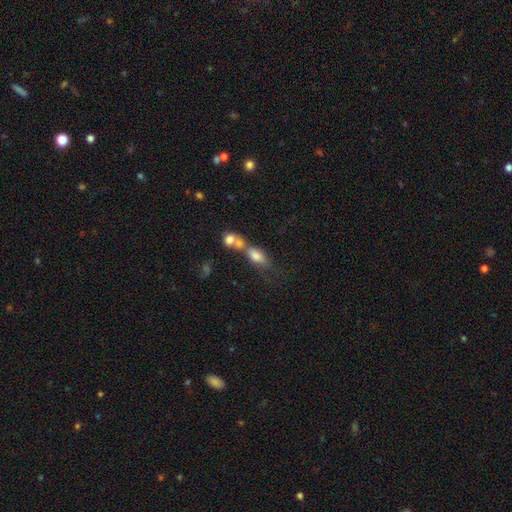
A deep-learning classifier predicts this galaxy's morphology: smooth_or_featured: smooth (p=0.73) [alt: featured or disk p=0.17]
how_rounded: in between (p=0.76) [alt: round p=0.12]
merging: merger (p=0.62) [alt: none p=0.22]